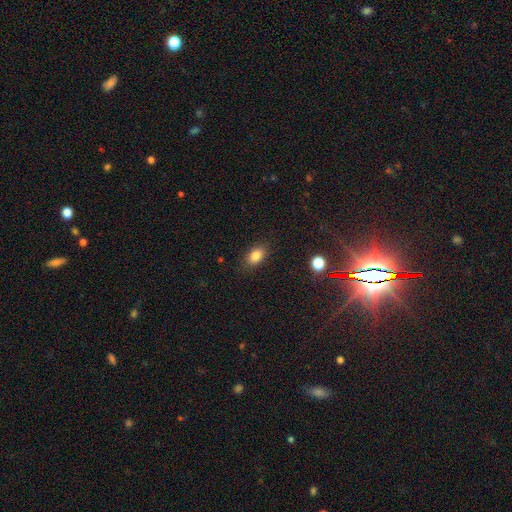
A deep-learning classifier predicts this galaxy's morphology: Smooth or featured? smooth (83%)
How rounded? in between (84%)
Merging? none (86%)